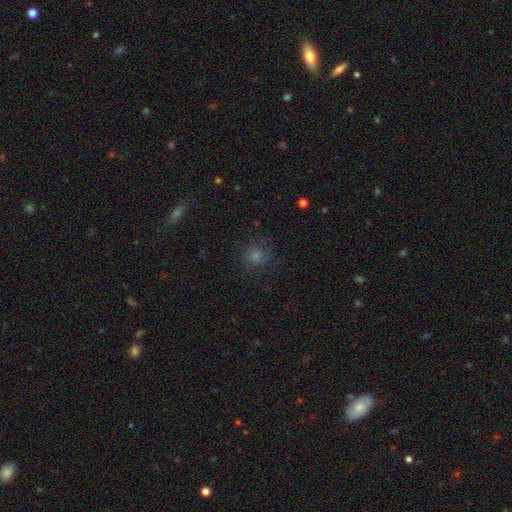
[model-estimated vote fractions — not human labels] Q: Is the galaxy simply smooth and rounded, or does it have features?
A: smooth — 47%.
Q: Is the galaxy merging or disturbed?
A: none — 79%.